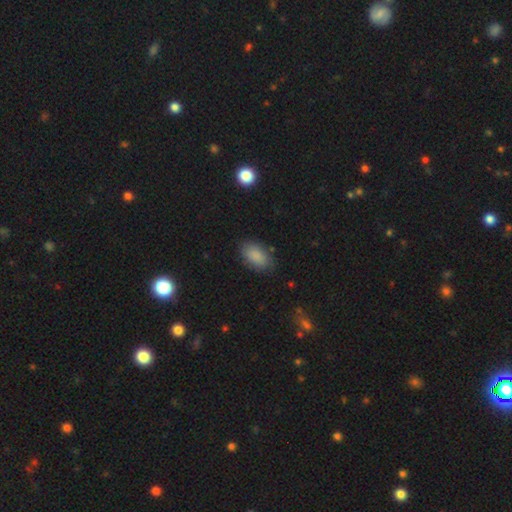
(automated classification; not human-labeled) This appears to be a smooth galaxy with no disk features (87%) that is in between round and cigar-shaped (93%). Merging: none (80%).